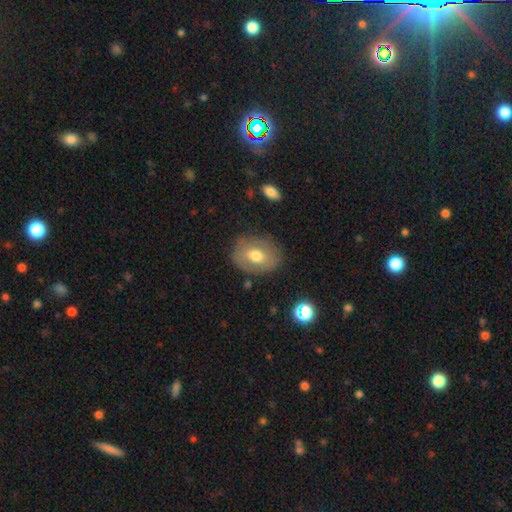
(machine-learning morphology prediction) smooth 61%, featured or disk 31%, star or artifact 8%. Down the decision tree: how rounded — in between (63%); merging — none (78%).